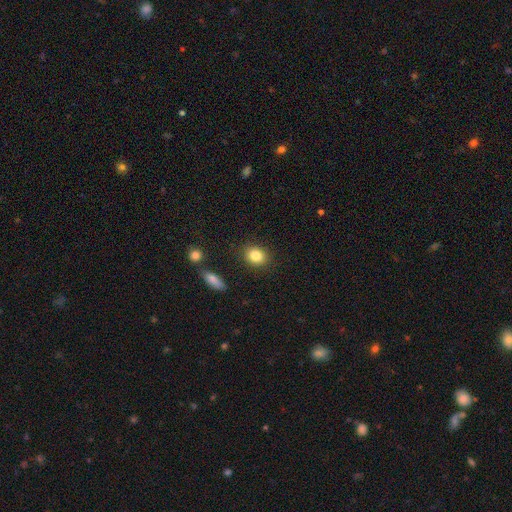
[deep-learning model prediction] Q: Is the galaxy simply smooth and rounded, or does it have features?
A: smooth — 84%.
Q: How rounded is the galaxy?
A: round — 53%.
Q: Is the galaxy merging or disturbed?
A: none — 87%.